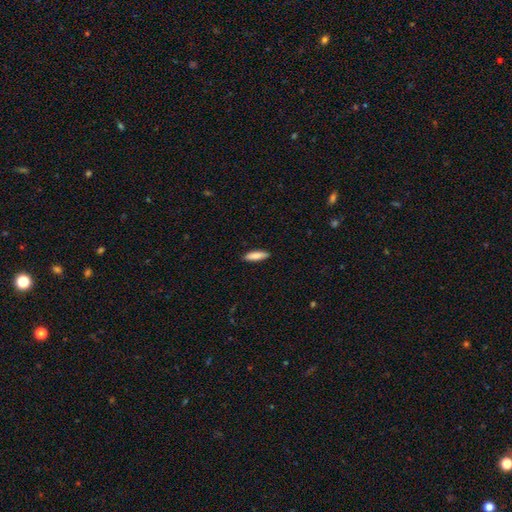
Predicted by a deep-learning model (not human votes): This appears to be a smooth galaxy with no disk features (86%) that is cigar-shaped (66%). Merging: none (89%).